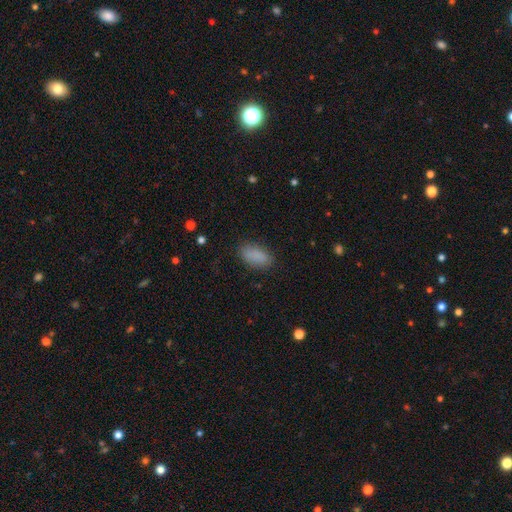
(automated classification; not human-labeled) A smooth galaxy with no disk features (87%) that is in between round and cigar-shaped (89%). Merging: none (85%).